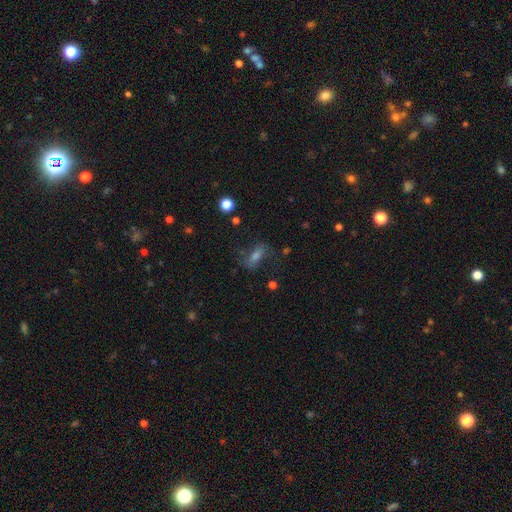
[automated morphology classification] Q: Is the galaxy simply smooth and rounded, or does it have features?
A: smooth — 44%.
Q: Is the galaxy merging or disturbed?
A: none — 66%.